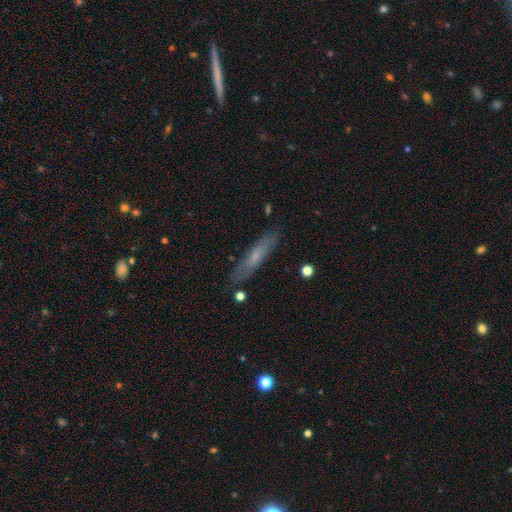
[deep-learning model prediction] smooth_or_featured: smooth (p=0.53) [alt: featured or disk p=0.39]
how_rounded: cigar-shaped (p=0.84) [alt: in between p=0.15]
merging: none (p=0.83) [alt: minor disturbance p=0.12]